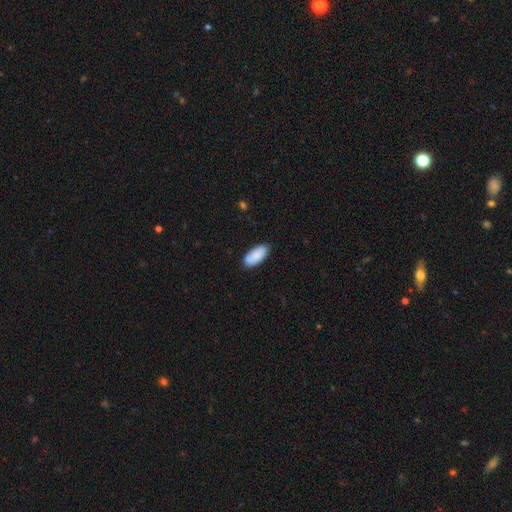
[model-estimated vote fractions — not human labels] smooth_or_featured: smooth (p=0.87) [alt: featured or disk p=0.07]
how_rounded: in between (p=0.90) [alt: cigar-shaped p=0.08]
merging: none (p=0.83) [alt: minor disturbance p=0.14]